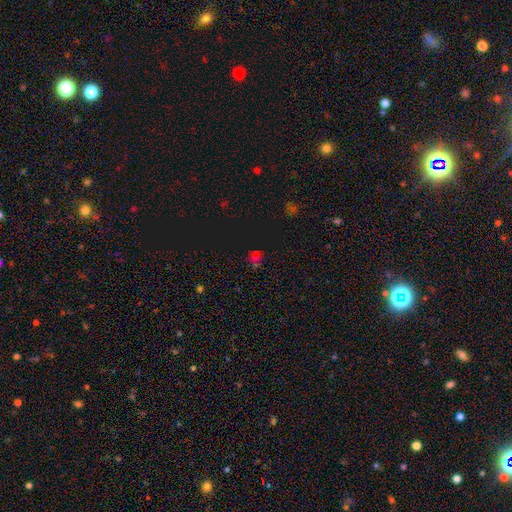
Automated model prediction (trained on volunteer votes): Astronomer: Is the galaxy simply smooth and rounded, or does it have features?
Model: smooth — 47% (runner-up: star or artifact, 43%).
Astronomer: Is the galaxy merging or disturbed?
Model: none — 71%.